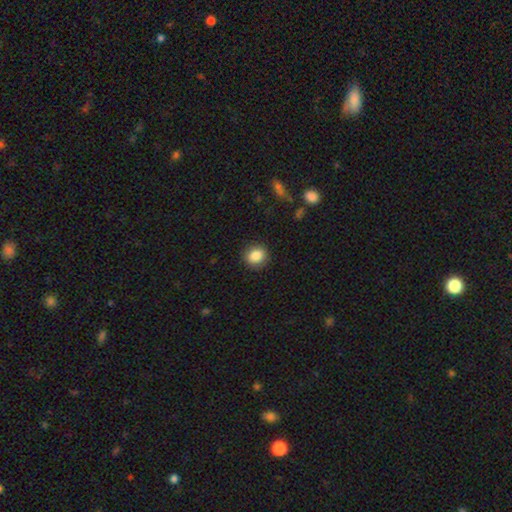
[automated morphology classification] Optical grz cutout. It shows a smooth galaxy with no disk features (86%) that is round (78%). Merging: none (89%).